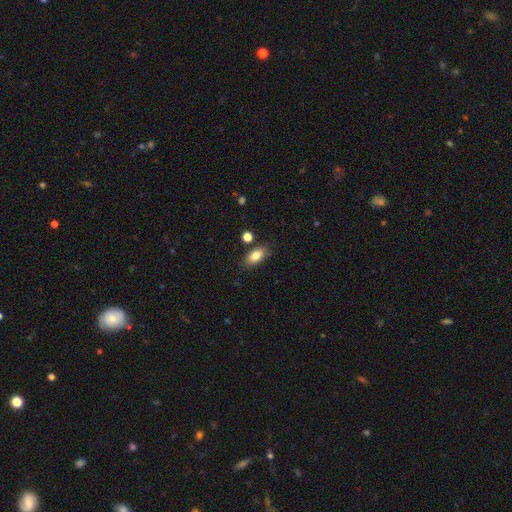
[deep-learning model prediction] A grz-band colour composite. It shows a smooth galaxy with no disk features (82%) that is in between round and cigar-shaped (89%). Merging: none (81%).